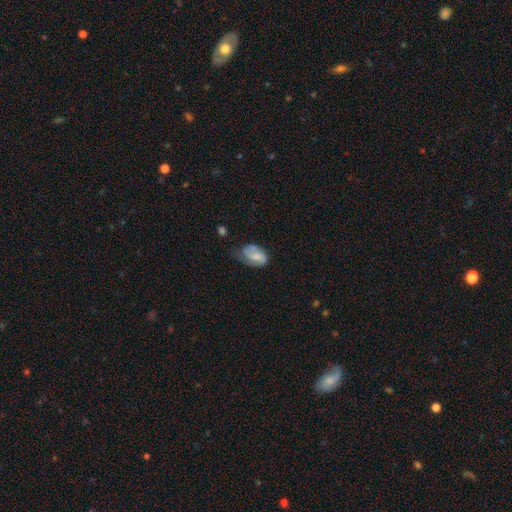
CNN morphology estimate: A featured or disk galaxy (47%).

Vote fractions:
- Smooth or featured? featured or disk: 47% / smooth: 46% / star or artifact: 8%
- Merging? none: 36% (tied) / minor disturbance: 36% (tied) / major disturbance: 24% / merger: 4%